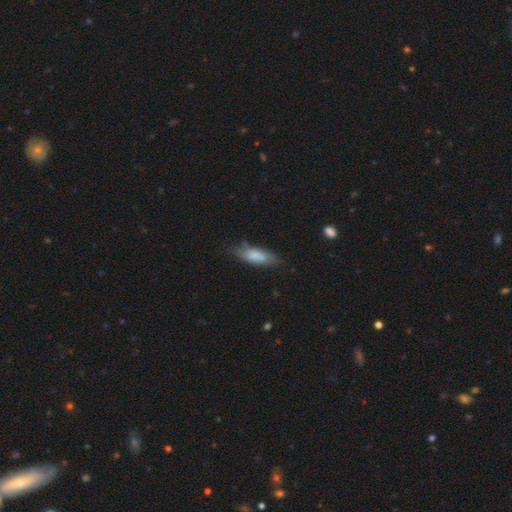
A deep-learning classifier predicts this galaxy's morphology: A smooth galaxy with no disk features (77%) that is in between round and cigar-shaped (59%).

Vote fractions:
- Smooth or featured? smooth: 77% / featured or disk: 16% / star or artifact: 6%
- How rounded? in between: 59% / cigar-shaped: 39% / round: 2%
- Merging? none: 66% / minor disturbance: 25% / major disturbance: 6% / merger: 3%